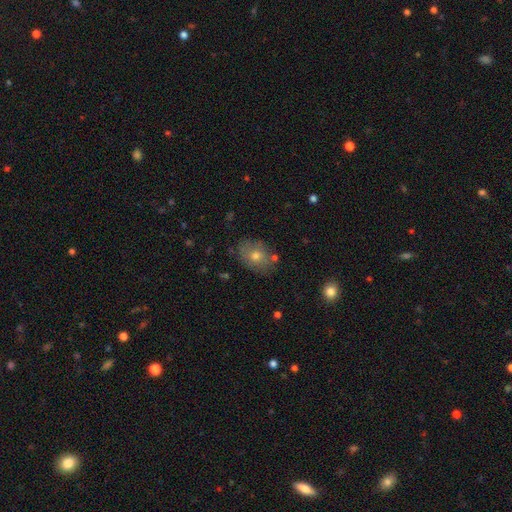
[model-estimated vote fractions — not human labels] Smooth or featured? smooth (68%)
How rounded? in between (68%)
Merging? none (75%)